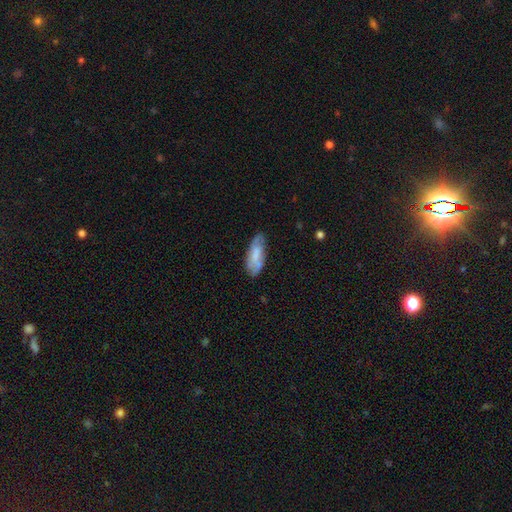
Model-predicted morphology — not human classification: Smooth or featured?
  - smooth: 63% *
  - featured or disk: 31%
  - star or artifact: 7%
How rounded?
  - in between: 77% *
  - cigar-shaped: 21%
  - round: 2%
Merging?
  - none: 69% *
  - minor disturbance: 23%
  - major disturbance: 6%
  - merger: 3%